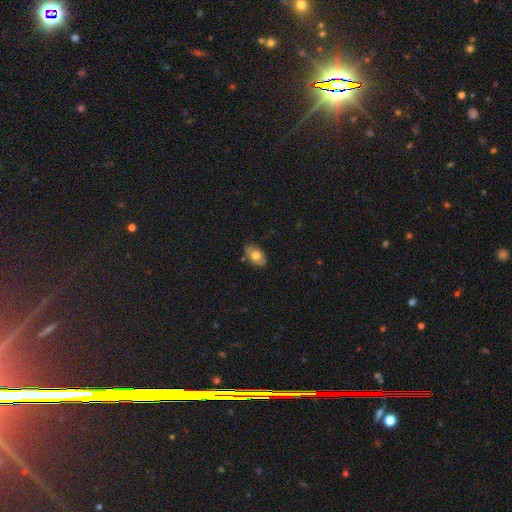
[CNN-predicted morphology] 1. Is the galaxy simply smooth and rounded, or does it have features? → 74% smooth, 19% featured or disk, 8% star or artifact.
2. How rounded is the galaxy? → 91% in between, 7% round, 2% cigar-shaped.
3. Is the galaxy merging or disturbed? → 82% none, 14% minor disturbance, 2% major disturbance, 2% merger.